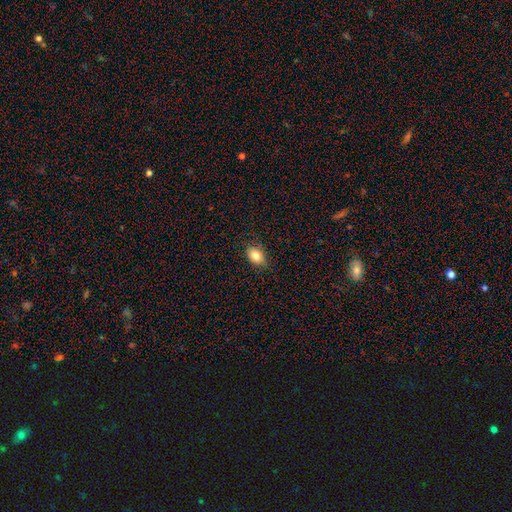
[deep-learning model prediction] A smooth galaxy with no disk features (83%) that is in between round and cigar-shaped (79%). Merging: none (82%).